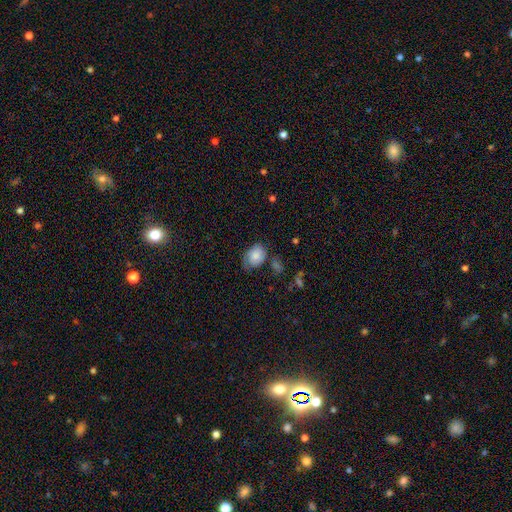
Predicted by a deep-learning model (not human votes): A smooth galaxy with no disk features (68%) that is in between round and cigar-shaped (71%). Merging: none (47%).